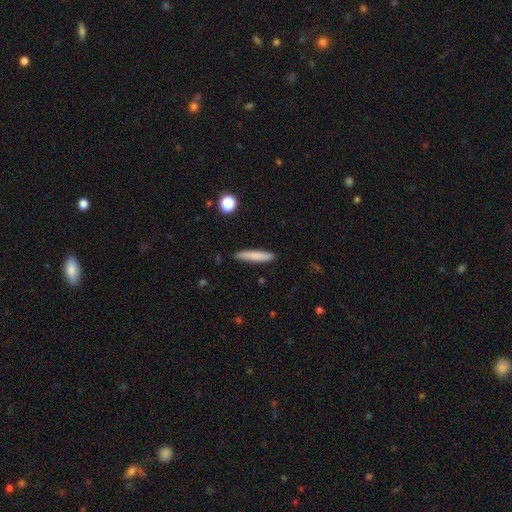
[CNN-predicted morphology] Smooth or featured: smooth — 80% (featured or disk — 13%)
How rounded: cigar-shaped — 91% (in between — 8%)
Merging: none — 88% (minor disturbance — 9%)